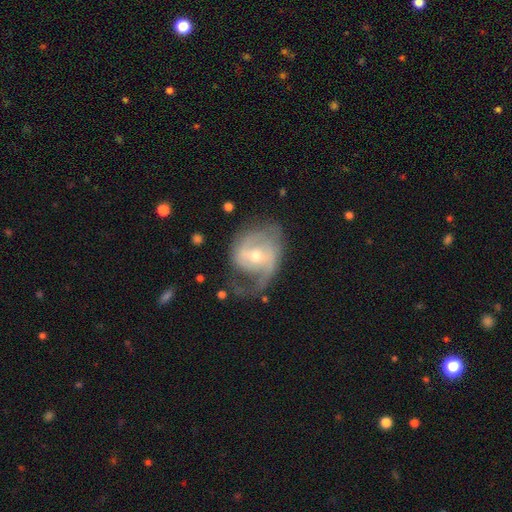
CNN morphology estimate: Smooth or featured?
  - featured or disk: 79% *
  - smooth: 15%
  - star or artifact: 6%
Edge-on disk?
  - no: 97% *
  - yes: 3%
Bar?
  - weak: 44% *
  - no: 37%
  - strong: 19%
Spiral arms?
  - yes: 90% *
  - no: 10%
Spiral winding?
  - medium: 45% *
  - loose: 30%
  - tight: 24%
Spiral arm count?
  - 2: 58% *
  - 1: 25%
  - can't tell: 11%
  - 3: 3%
  - 4: 1%
  - more than 4: 1%
Bulge size?
  - moderate: 50% *
  - small: 46%
  - large: 2%
  - none: 1%
  - dominant: 1%
Merging?
  - none: 44% *
  - major disturbance: 29%
  - minor disturbance: 25%
  - merger: 2%